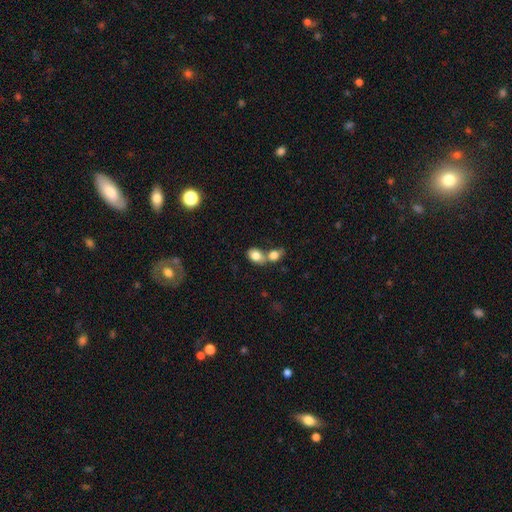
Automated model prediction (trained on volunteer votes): A smooth galaxy with no disk features (81%) that is in between round and cigar-shaped (71%). Merging: merger (59%).